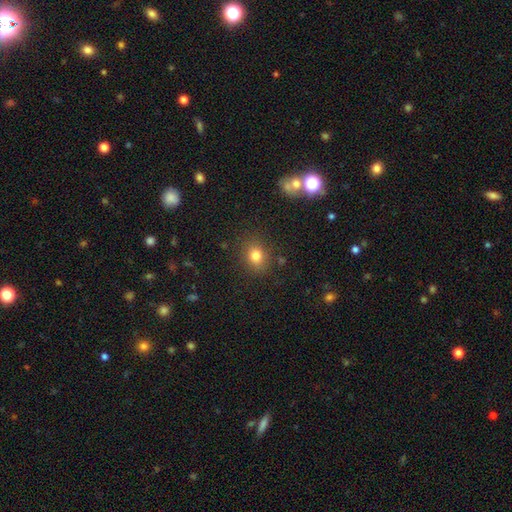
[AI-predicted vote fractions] This appears to be a smooth galaxy with no disk features (79%) that is round (60%). Merging: none (84%).